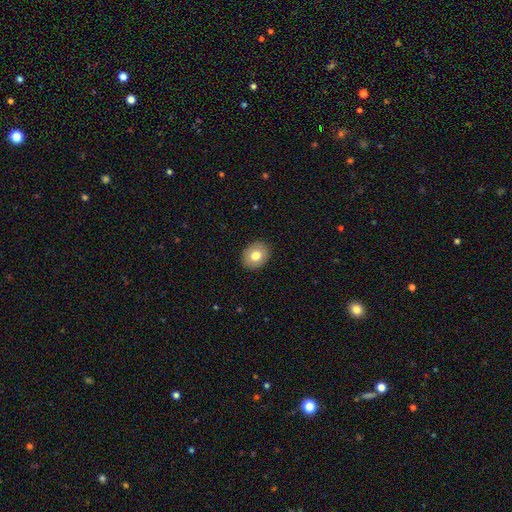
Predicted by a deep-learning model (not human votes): Smooth or featured: smooth — 76% (featured or disk — 15%)
How rounded: round — 54% (in between — 45%)
Merging: none — 90% (minor disturbance — 7%)